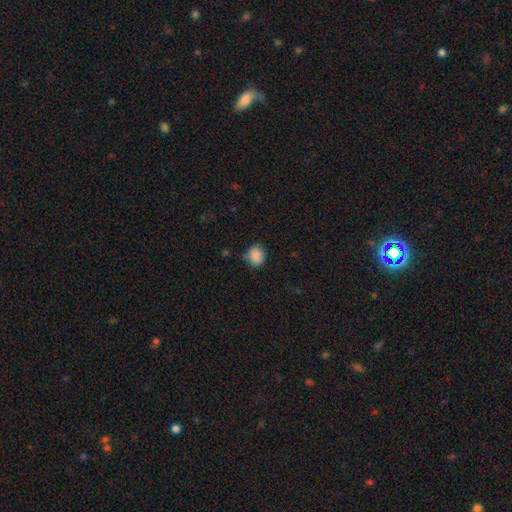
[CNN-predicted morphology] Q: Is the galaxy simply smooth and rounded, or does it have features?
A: smooth — 88%.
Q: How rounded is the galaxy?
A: round — 58%.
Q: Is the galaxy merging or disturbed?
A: none — 75%.